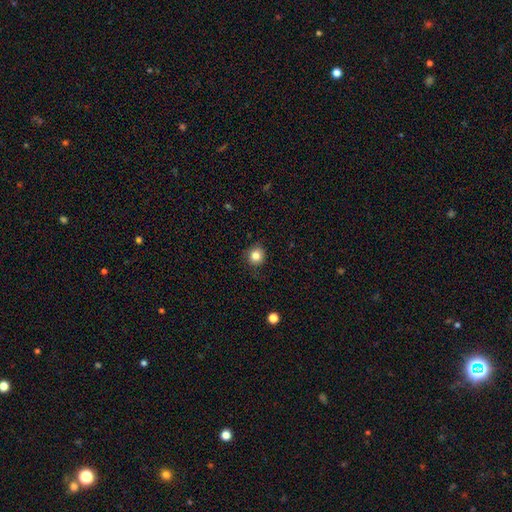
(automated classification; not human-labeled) Smooth or featured? Predicted: smooth (p=0.82). How rounded? Predicted: round (p=0.89). Merging? Predicted: none (p=0.85).